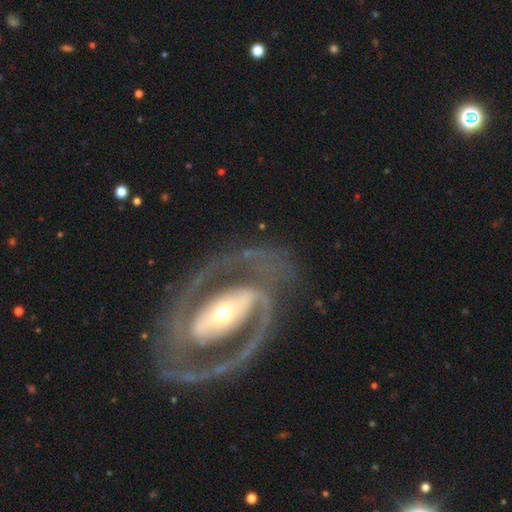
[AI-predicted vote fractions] A featured or disk galaxy (90%) with a strong bar (55%), 2 (90%) medium (47%) spiral arms (92%) and a moderate central bulge (53%).

Vote fractions:
- Smooth or featured? featured or disk: 90% / smooth: 6% / star or artifact: 4%
- Edge-on disk? no: 96% / yes: 4%
- Bar? strong: 55% / weak: 24% / no: 22%
- Spiral arms? yes: 92% / no: 8%
- Spiral winding? medium: 47% / tight: 41% / loose: 12%
- Spiral arm count? 2: 90% / can't tell: 3% / 1: 2% / 3: 2% / 4: 1% / more than 4: 1%
- Bulge size? moderate: 53% / small: 35% / large: 10% / dominant: 2% / none: 1%
- Merging? none: 79% / minor disturbance: 11% / major disturbance: 8% / merger: 2%